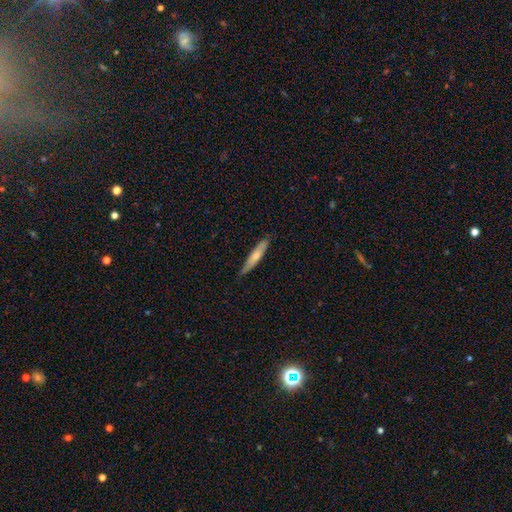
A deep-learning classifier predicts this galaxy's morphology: smooth-or-featured: smooth: 64% | featured or disk: 31% | star or artifact: 5%
  how-rounded: cigar-shaped: 87% | in between: 11% | round: 1%
  merging: none: 78% | minor disturbance: 19% | major disturbance: 2% | merger: 1%